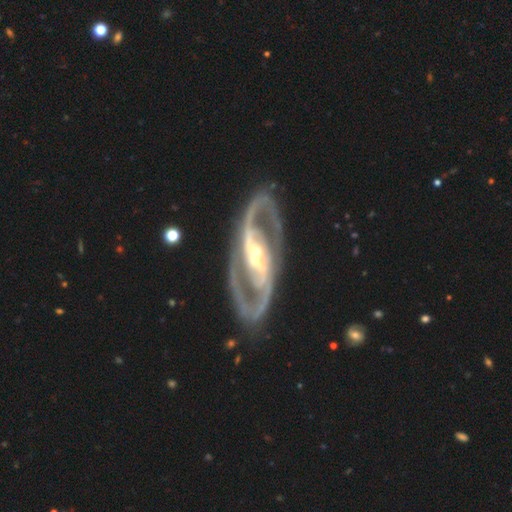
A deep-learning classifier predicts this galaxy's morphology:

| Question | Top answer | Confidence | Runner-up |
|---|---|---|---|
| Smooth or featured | featured or disk | 90% | smooth (6%) |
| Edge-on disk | no | 93% | yes (7%) |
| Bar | strong | 58% | weak (27%) |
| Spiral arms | yes | 88% | no (12%) |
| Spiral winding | medium | 50% | tight (35%) |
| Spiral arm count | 2 | 88% | can't tell (5%) |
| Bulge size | moderate | 64% | small (23%) |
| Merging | none | 81% | minor disturbance (12%) |